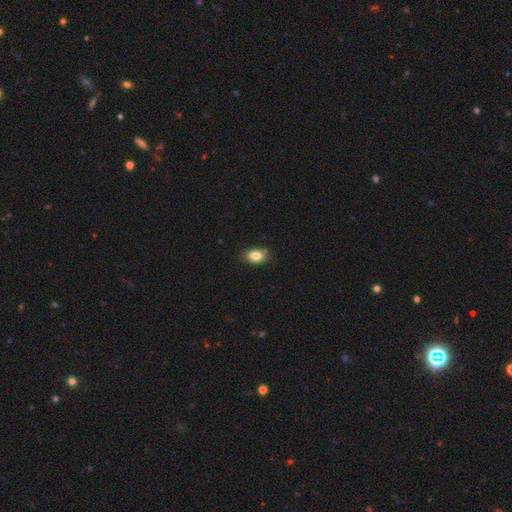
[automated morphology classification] A smooth galaxy with no disk features (85%) that is in between round and cigar-shaped (80%). Merging: none (80%).